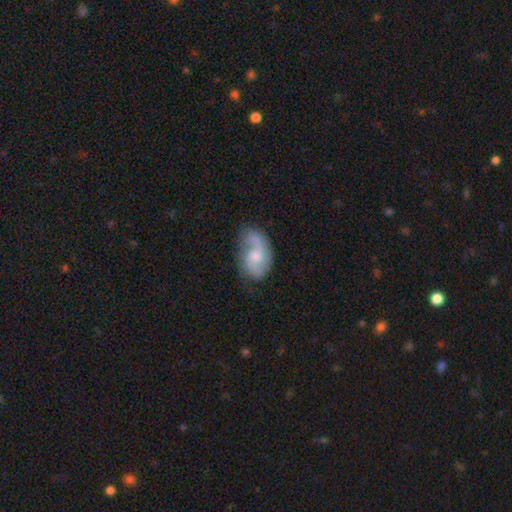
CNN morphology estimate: This is likely a featured or disk galaxy (75%). It is clearly not viewed edge-on (97%). Bar: possibly no (57%). Spiral arm pattern: clearly yes (93%). Spiral arm count: likely 2 (77%). Spiral winding: possibly medium (49%). Central bulge: possibly moderate (48%). Merging: likely none (63%).